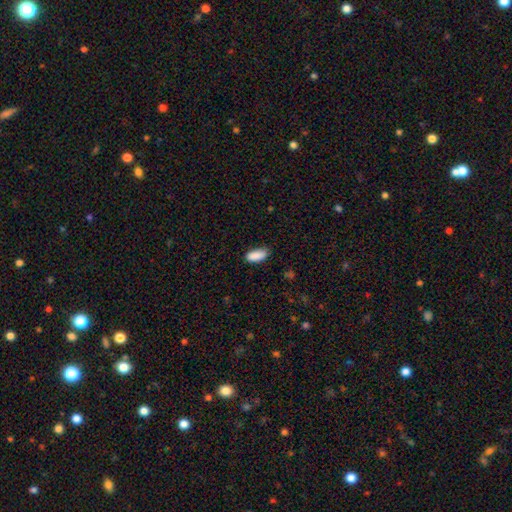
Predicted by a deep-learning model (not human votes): Smooth or featured? smooth (89%)
How rounded? in between (87%)
Merging? none (76%)